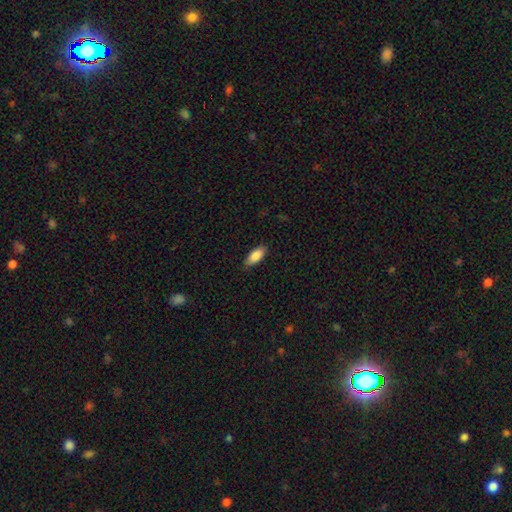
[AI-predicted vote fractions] smooth_or_featured: smooth (p=0.86) [alt: featured or disk p=0.08]
how_rounded: in between (p=0.82) [alt: cigar-shaped p=0.16]
merging: none (p=0.86) [alt: minor disturbance p=0.11]